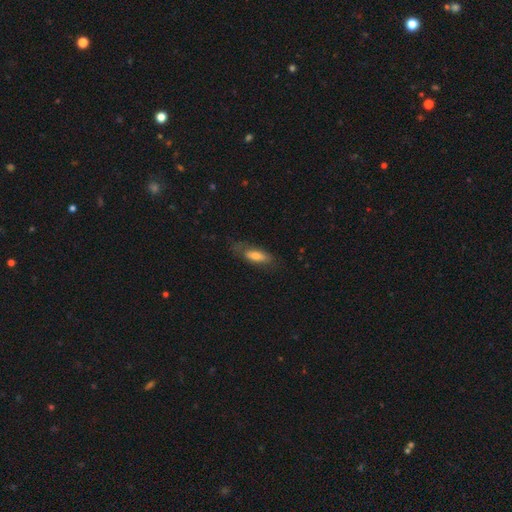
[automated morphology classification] The model was most divided on "how rounded": in between: 64%, cigar-shaped: 33%, round: 2%. More confident: smooth or featured — smooth (68%); merging — none (61%).